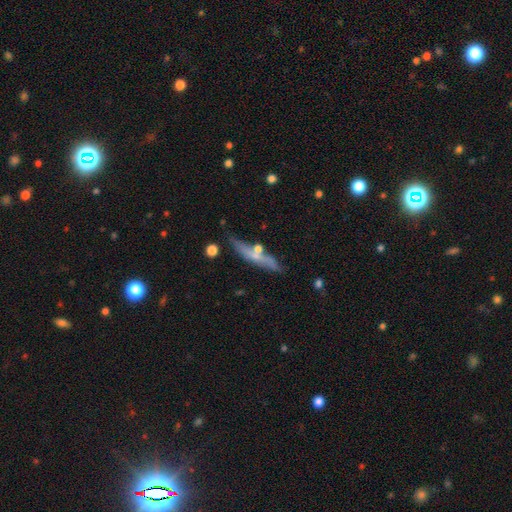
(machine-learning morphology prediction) Smooth or featured? featured or disk (51%)
Edge-on disk? yes (83%)
Merging? none (69%)